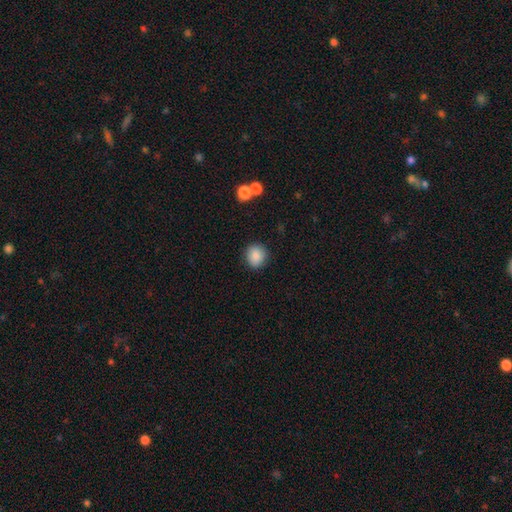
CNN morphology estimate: type=smooth (85%); roundness=round (85%); merging=none (88%).